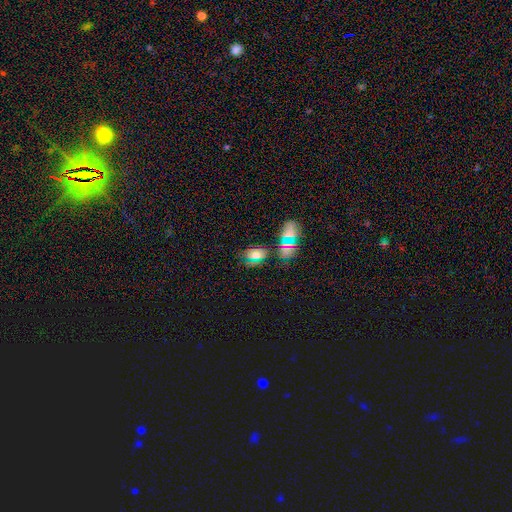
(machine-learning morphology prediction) Smooth or featured?
  - smooth: 58% *
  - star or artifact: 28%
  - featured or disk: 14%
How rounded?
  - in between: 82% *
  - round: 16%
  - cigar-shaped: 3%
Merging?
  - none: 76% *
  - minor disturbance: 14%
  - merger: 6%
  - major disturbance: 5%